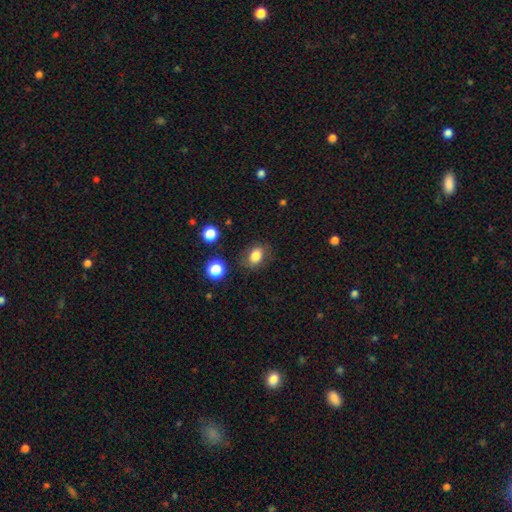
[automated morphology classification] The model was most divided on "how rounded": in between: 69%, round: 29%, cigar-shaped: 1%. More confident: smooth or featured — smooth (81%); merging — none (79%).